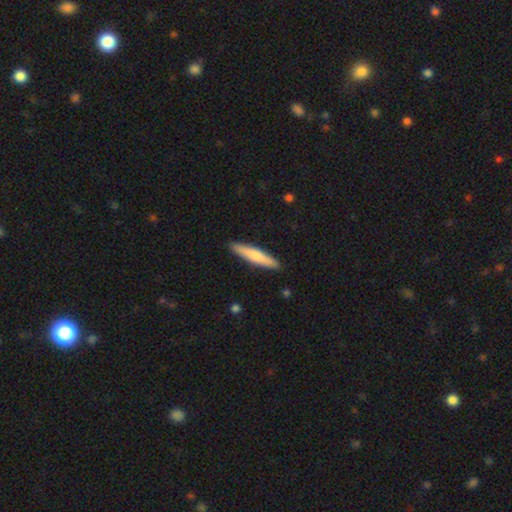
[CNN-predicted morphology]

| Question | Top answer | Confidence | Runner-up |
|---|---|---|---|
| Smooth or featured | smooth | 66% | featured or disk (29%) |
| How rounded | cigar-shaped | 90% | in between (9%) |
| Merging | none | 90% | minor disturbance (7%) |